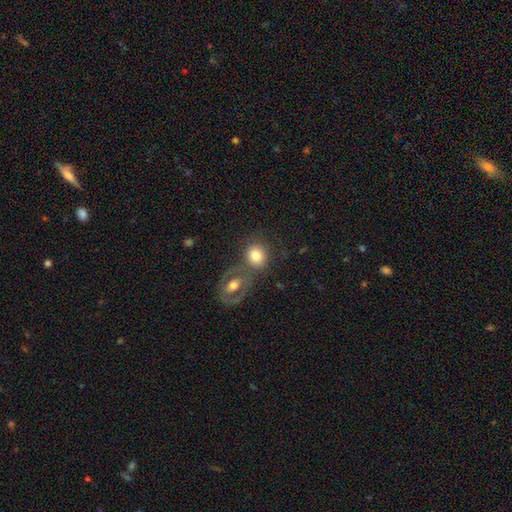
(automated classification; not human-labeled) Smooth or featured? Predicted: smooth (p=0.75). How rounded? Predicted: round (p=0.66). Merging? Predicted: none (p=0.49).